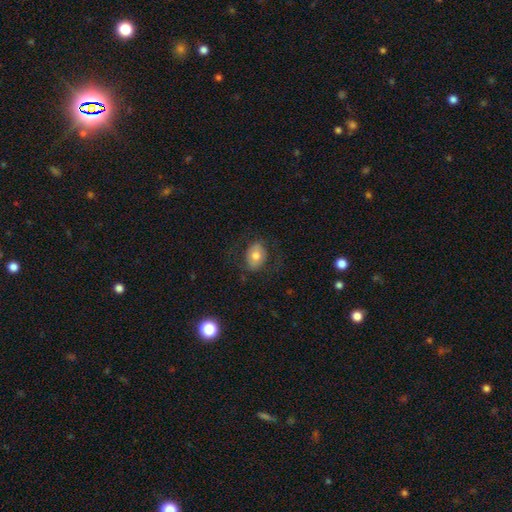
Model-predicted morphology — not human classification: A smooth galaxy with no disk features (67%) that is in between round and cigar-shaped (72%). Merging: none (74%).